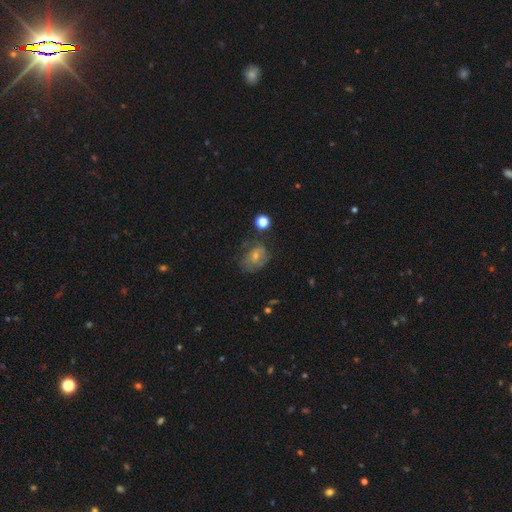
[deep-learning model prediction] This appears to be a smooth galaxy with no disk features (54%) that is in between round and cigar-shaped (66%). Merging: none (49%).